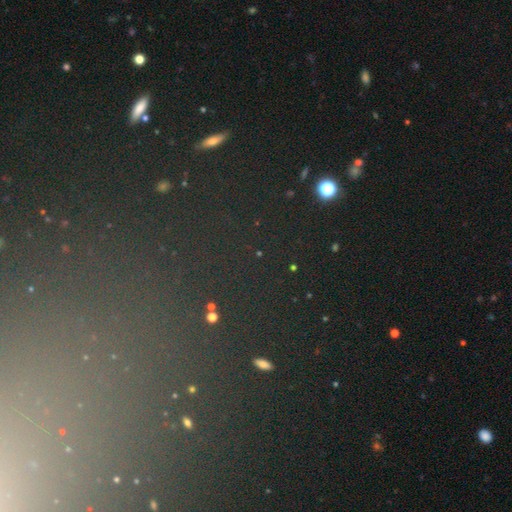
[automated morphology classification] smooth-or-featured: star or artifact: 73% | smooth: 16% | featured or disk: 12%